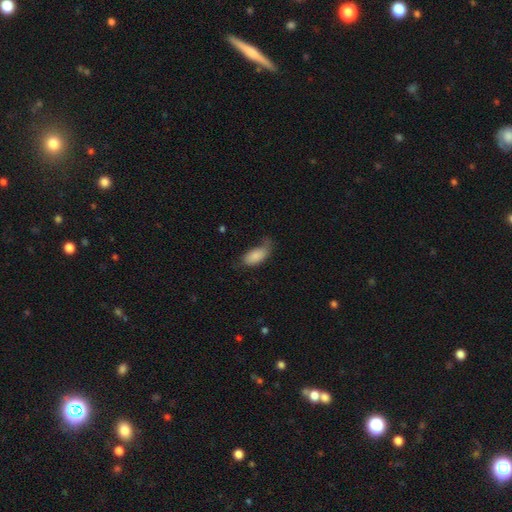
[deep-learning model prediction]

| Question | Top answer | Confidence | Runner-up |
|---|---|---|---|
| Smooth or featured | smooth | 83% | featured or disk (10%) |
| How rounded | in between | 93% | cigar-shaped (5%) |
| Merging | none | 43% | minor disturbance (35%) |